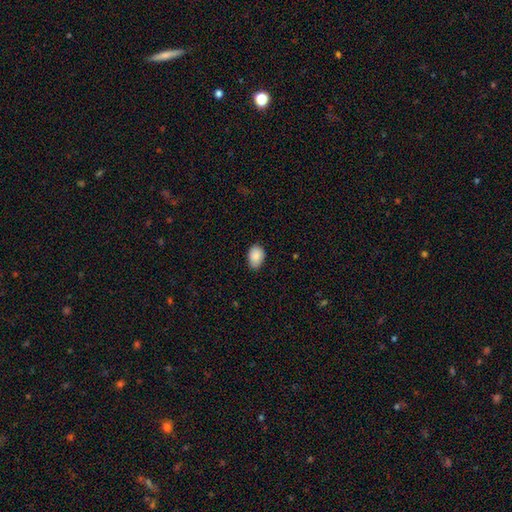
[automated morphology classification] Q: Smooth or featured?
A: smooth (88%); runner-up: star or artifact (7%)
Q: How rounded?
A: in between (84%); runner-up: round (15%)
Q: Merging?
A: none (80%); runner-up: minor disturbance (17%)